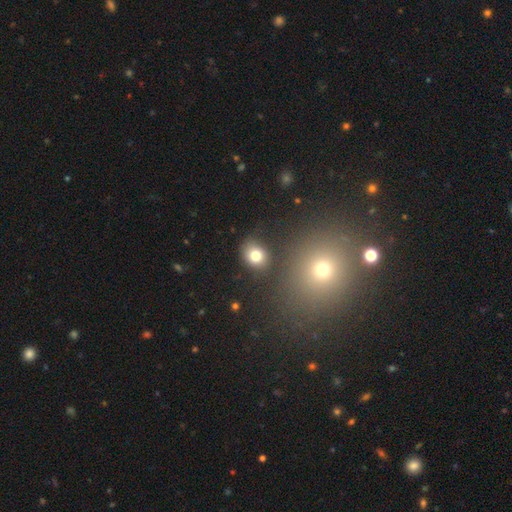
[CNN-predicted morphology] This appears to be a smooth galaxy with no disk features (79%) that is round (59%). Merging: none (79%).